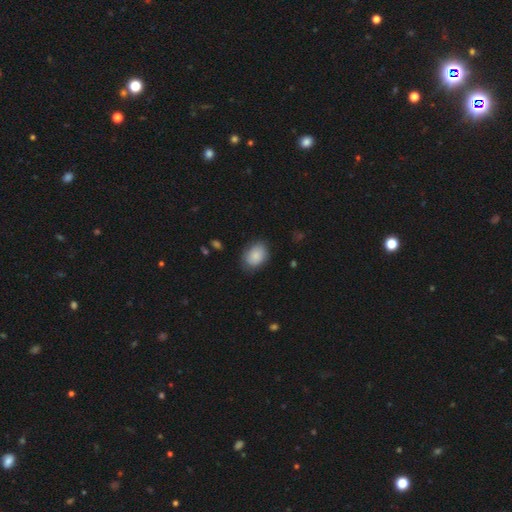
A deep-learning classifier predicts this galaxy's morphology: This appears to be a smooth galaxy with no disk features (85%) that is in between round and cigar-shaped (68%). Merging: none (77%).